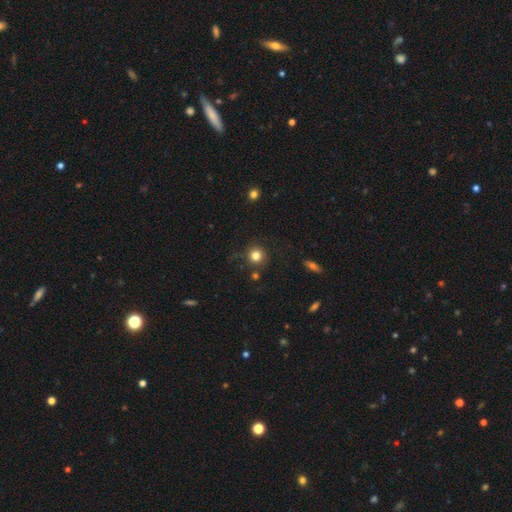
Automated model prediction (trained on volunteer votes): Overall: smooth (81%). How rounded: round (93%). Merging: none (85%).